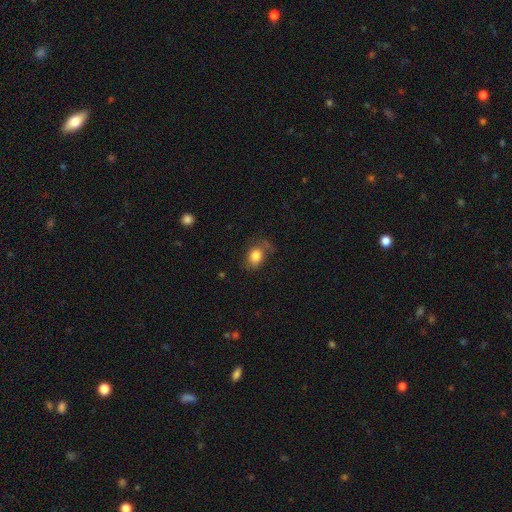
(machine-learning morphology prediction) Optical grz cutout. It shows a smooth galaxy with no disk features (81%) that is in between round and cigar-shaped (54%). Merging: none (60%).